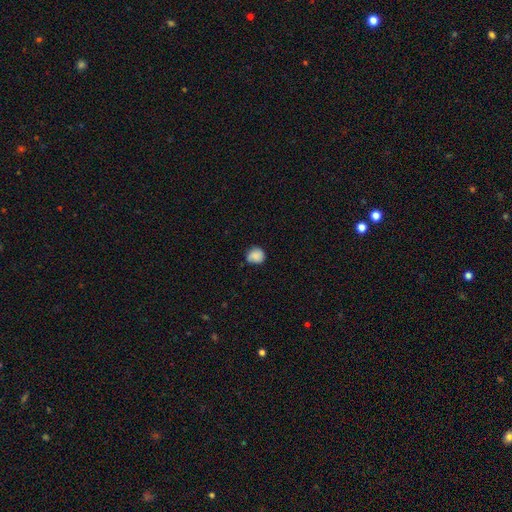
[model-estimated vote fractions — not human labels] Smooth or featured? Predicted: smooth (p=0.86). How rounded? Predicted: round (p=0.84). Merging? Predicted: none (p=0.70).